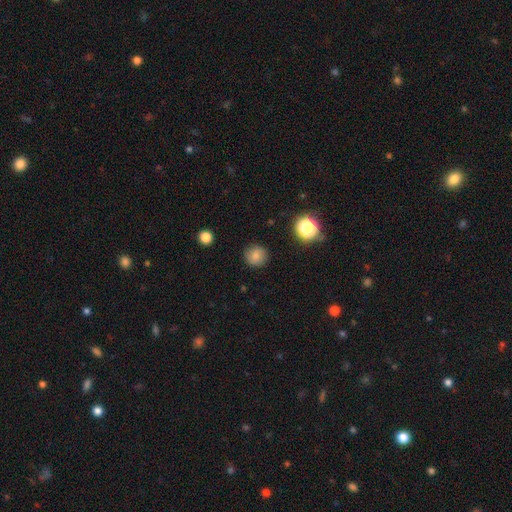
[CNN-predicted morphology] Smooth or featured? Predicted: smooth (p=0.81). How rounded? Predicted: round (p=0.93). Merging? Predicted: none (p=0.88).